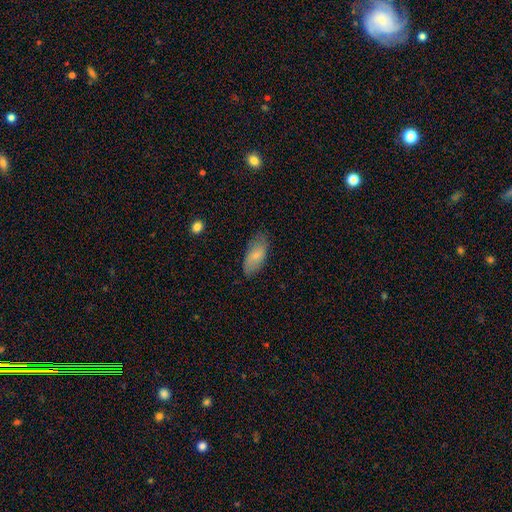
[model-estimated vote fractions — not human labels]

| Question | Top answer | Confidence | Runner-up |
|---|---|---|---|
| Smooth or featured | smooth | 74% | featured or disk (19%) |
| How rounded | in between | 89% | cigar-shaped (8%) |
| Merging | none | 77% | minor disturbance (18%) |